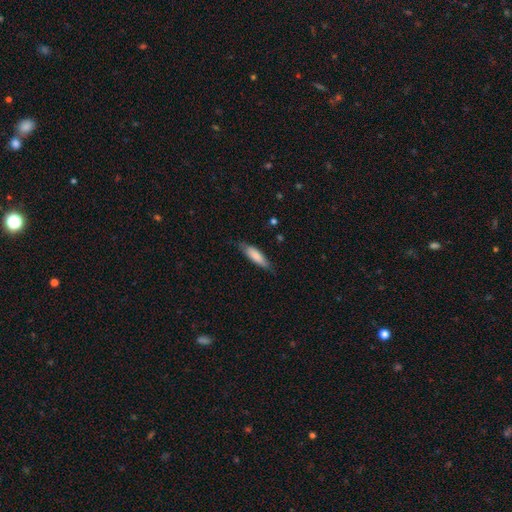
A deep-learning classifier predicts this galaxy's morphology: type=smooth (78%); roundness=cigar-shaped (57%); merging=none (75%).